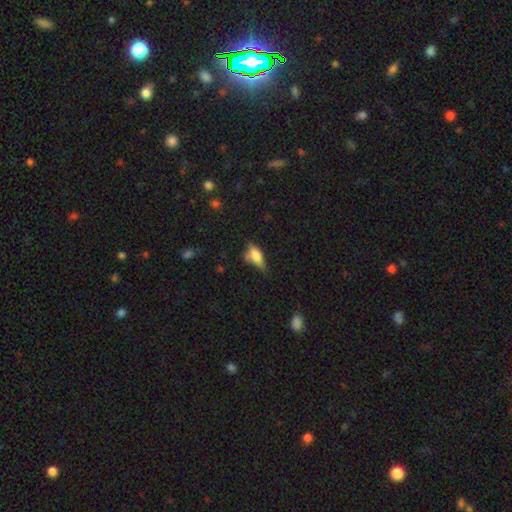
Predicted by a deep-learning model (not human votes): A smooth galaxy with no disk features (66%) that is in between round and cigar-shaped (75%).

Vote fractions:
- Smooth or featured? smooth: 66% / featured or disk: 24% / star or artifact: 10%
- How rounded? in between: 75% / cigar-shaped: 21% / round: 4%
- Merging? none: 44% / minor disturbance: 32% / major disturbance: 15% / merger: 9%